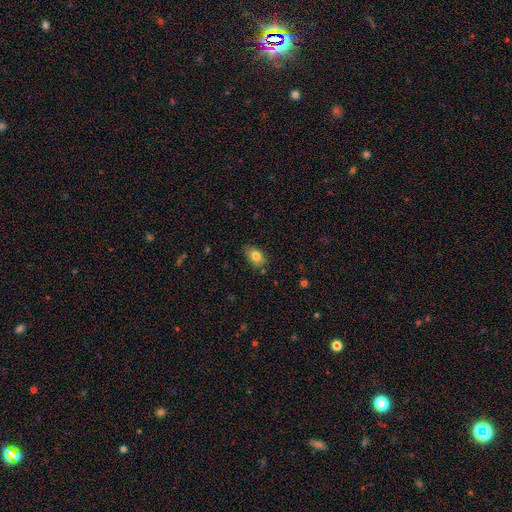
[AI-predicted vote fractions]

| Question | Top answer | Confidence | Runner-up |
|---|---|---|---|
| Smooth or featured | smooth | 81% | featured or disk (10%) |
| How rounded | in between | 84% | round (13%) |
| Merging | none | 78% | minor disturbance (17%) |